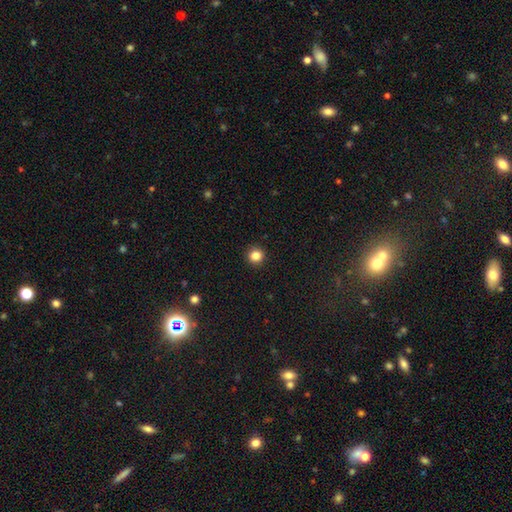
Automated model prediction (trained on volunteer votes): Q: Smooth or featured?
A: smooth (84%); runner-up: star or artifact (12%)
Q: How rounded?
A: round (94%); runner-up: in between (5%)
Q: Merging?
A: none (93%); runner-up: minor disturbance (5%)